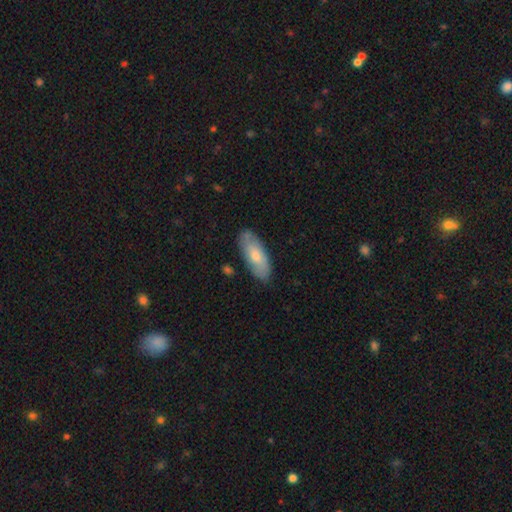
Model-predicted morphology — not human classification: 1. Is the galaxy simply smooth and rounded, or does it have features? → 66% smooth, 28% featured or disk, 6% star or artifact.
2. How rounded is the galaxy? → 80% in between, 18% cigar-shaped, 2% round.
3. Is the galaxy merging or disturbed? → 83% none, 13% minor disturbance, 2% major disturbance, 2% merger.